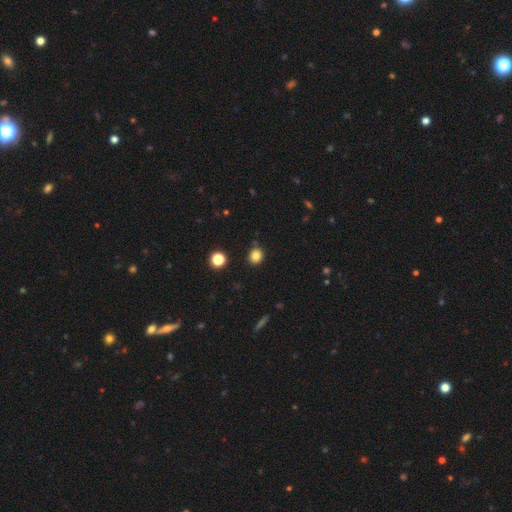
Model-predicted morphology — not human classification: This is clearly a smooth galaxy (83%). How rounded: likely round (79%). Merging: clearly none (85%).